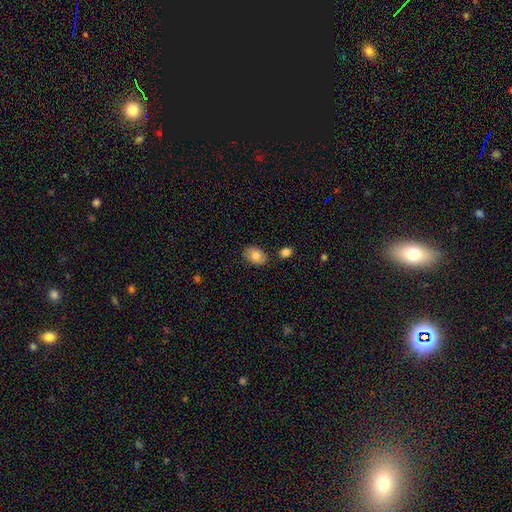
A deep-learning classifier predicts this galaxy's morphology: Smooth or featured?
  - smooth: 82% *
  - featured or disk: 10%
  - star or artifact: 7%
How rounded?
  - in between: 85% *
  - round: 14%
  - cigar-shaped: 1%
Merging?
  - none: 81% *
  - minor disturbance: 12%
  - merger: 4%
  - major disturbance: 3%